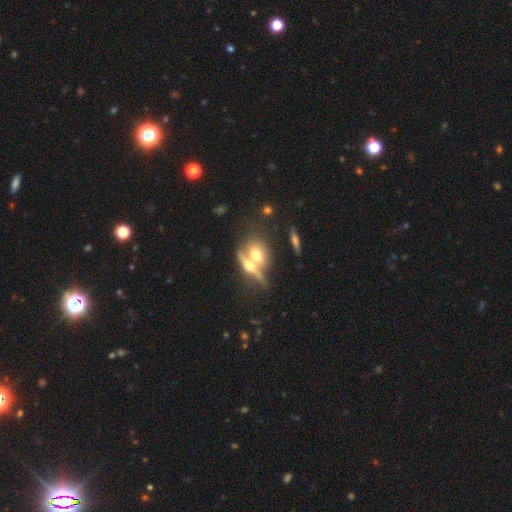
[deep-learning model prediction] The model was most divided on "smooth or featured": smooth: 47%, featured or disk: 44%, star or artifact: 9%. More confident: merging — merger (59%).